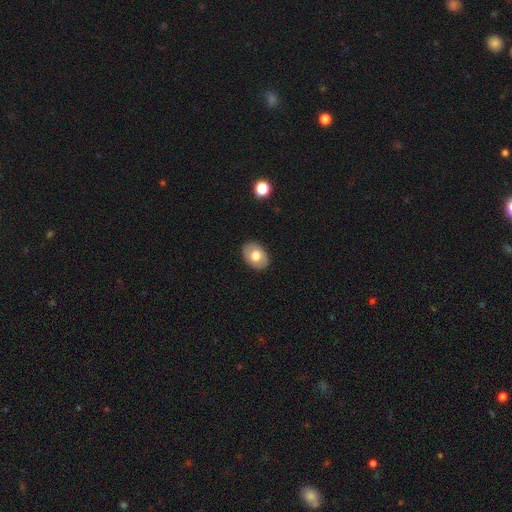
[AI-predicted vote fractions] This appears to be a smooth galaxy with no disk features (71%) that is in between round and cigar-shaped (78%). Merging: none (87%).